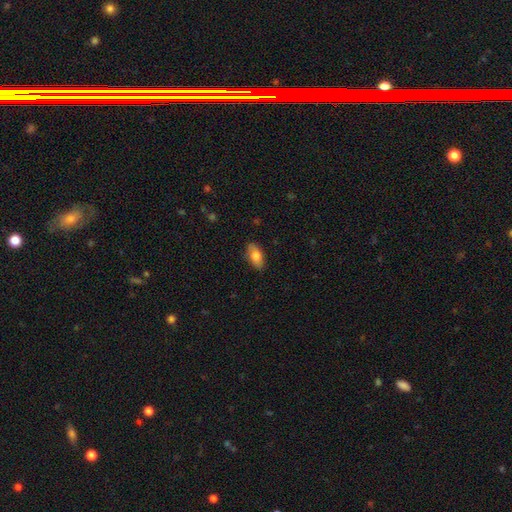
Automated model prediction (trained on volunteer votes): Smooth or featured?
  - smooth: 78% *
  - featured or disk: 15%
  - star or artifact: 7%
How rounded?
  - in between: 89% *
  - cigar-shaped: 8%
  - round: 3%
Merging?
  - none: 83% *
  - minor disturbance: 13%
  - major disturbance: 3%
  - merger: 1%